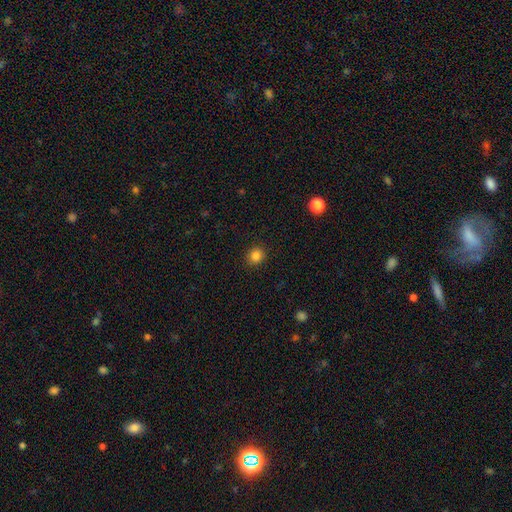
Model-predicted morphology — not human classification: Smooth or featured? smooth (84%)
How rounded? round (85%)
Merging? none (91%)